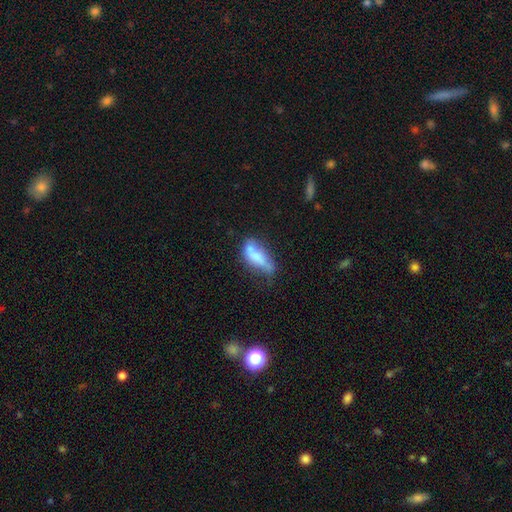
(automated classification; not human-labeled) smooth_or_featured: smooth (p=0.61) [alt: featured or disk p=0.30]
how_rounded: in between (p=0.65) [alt: cigar-shaped p=0.31]
merging: none (p=0.33) [alt: minor disturbance p=0.30]